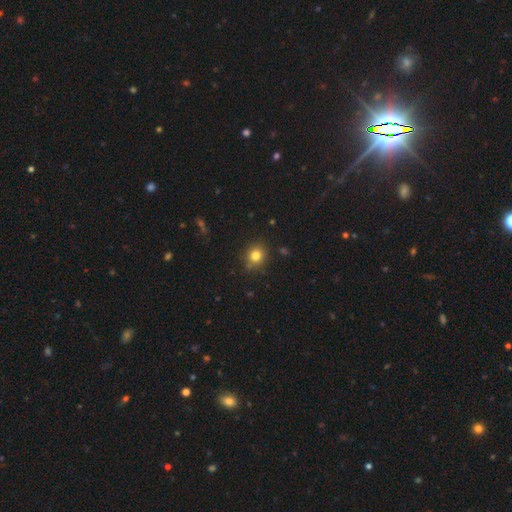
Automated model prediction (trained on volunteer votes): The model was most divided on "how rounded": round: 81%, in between: 18%, cigar-shaped: 1%. More confident: merging — none (86%); smooth or featured — smooth (80%).